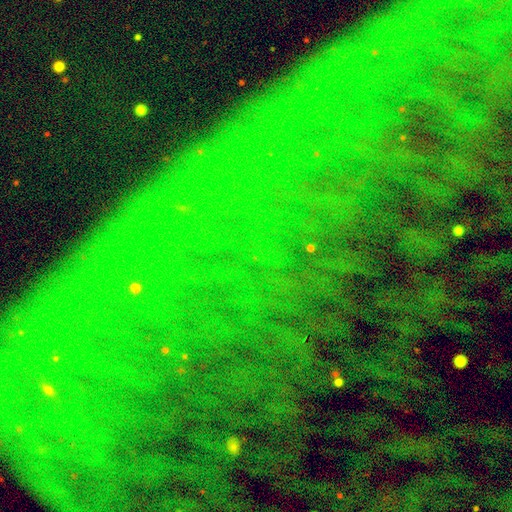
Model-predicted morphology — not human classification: A star or artifact, not a galaxy (83%).

Vote fractions:
- Smooth or featured? star or artifact: 83% / featured or disk: 9% / smooth: 8%